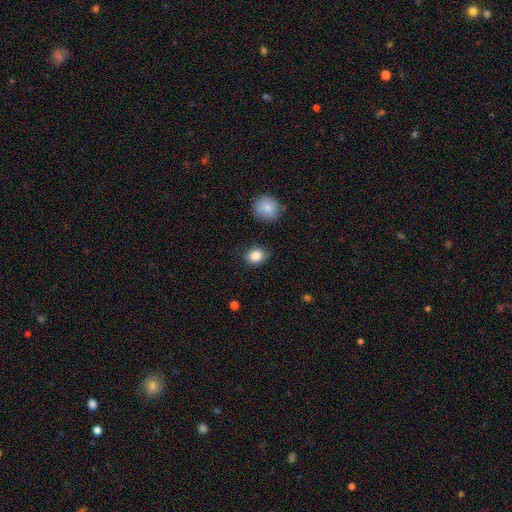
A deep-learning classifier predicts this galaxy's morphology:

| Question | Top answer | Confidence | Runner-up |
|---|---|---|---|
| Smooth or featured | smooth | 85% | star or artifact (9%) |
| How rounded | round | 53% | in between (46%) |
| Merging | none | 84% | minor disturbance (11%) |